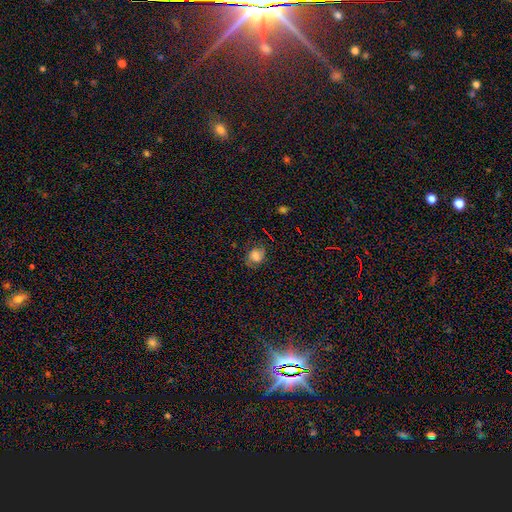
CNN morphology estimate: A smooth galaxy with no disk features (61%) that is round (53%). Merging: none (72%).